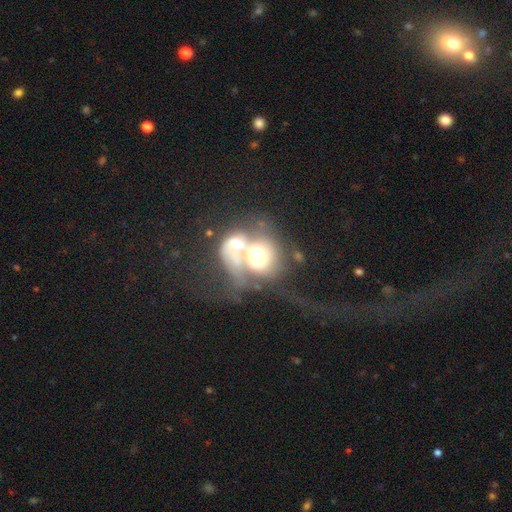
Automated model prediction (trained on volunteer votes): Smooth or featured?
  - featured or disk: 60% *
  - smooth: 31%
  - star or artifact: 9%
Edge-on disk?
  - no: 97% *
  - yes: 3%
Bar?
  - no: 78% *
  - weak: 16%
  - strong: 5%
Spiral arms?
  - no: 51% *
  - yes: 49%
Bulge size?
  - moderate: 52% *
  - large: 27%
  - small: 10%
  - dominant: 7%
  - none: 4%
Merging?
  - merger: 71% *
  - major disturbance: 17%
  - none: 8%
  - minor disturbance: 5%